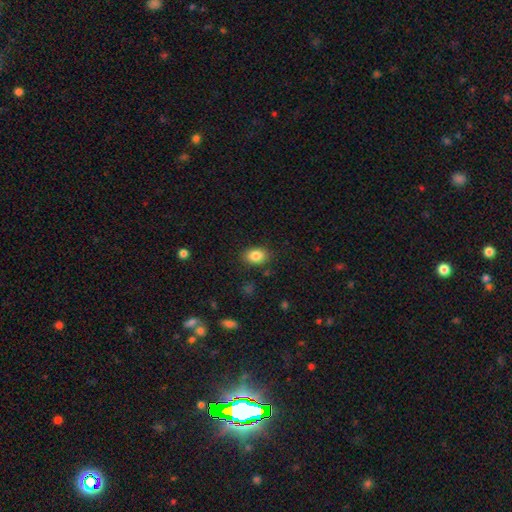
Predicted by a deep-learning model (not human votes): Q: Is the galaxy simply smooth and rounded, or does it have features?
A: smooth — 85%.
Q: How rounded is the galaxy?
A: in between — 78%.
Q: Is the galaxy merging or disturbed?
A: none — 86%.